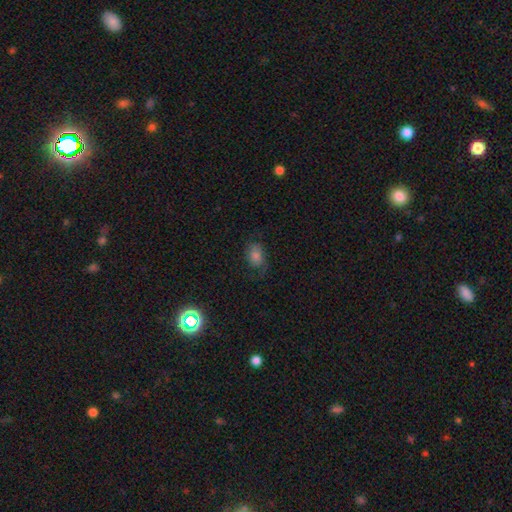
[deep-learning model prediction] Smooth or featured?
  - smooth: 53% *
  - featured or disk: 28%
  - star or artifact: 19%
How rounded?
  - in between: 71% *
  - round: 28%
  - cigar-shaped: 2%
Merging?
  - none: 62% *
  - minor disturbance: 23%
  - major disturbance: 13%
  - merger: 1%